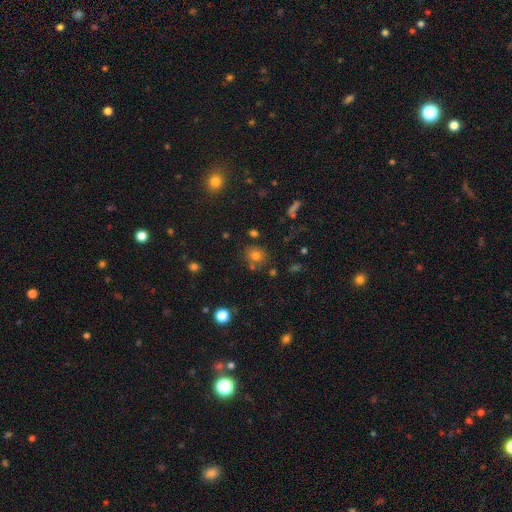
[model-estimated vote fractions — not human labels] Smooth or featured: smooth — 74% (star or artifact — 17%)
How rounded: round — 80% (in between — 19%)
Merging: none — 76% (minor disturbance — 12%)